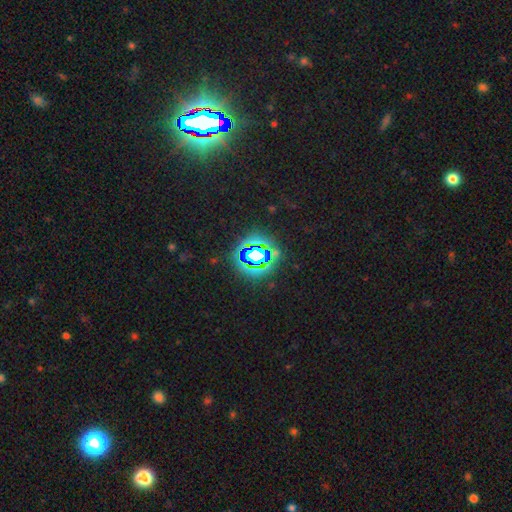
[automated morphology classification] smooth_or_featured: star or artifact (p=0.70) [alt: smooth p=0.18]